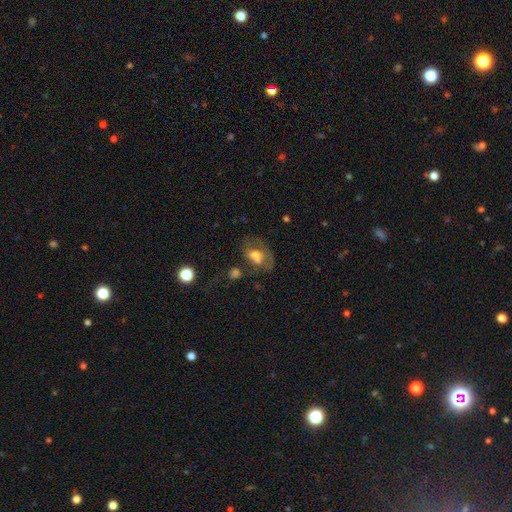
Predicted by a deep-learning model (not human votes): This is possibly a smooth galaxy (49%). Merging: marginally none (31%).